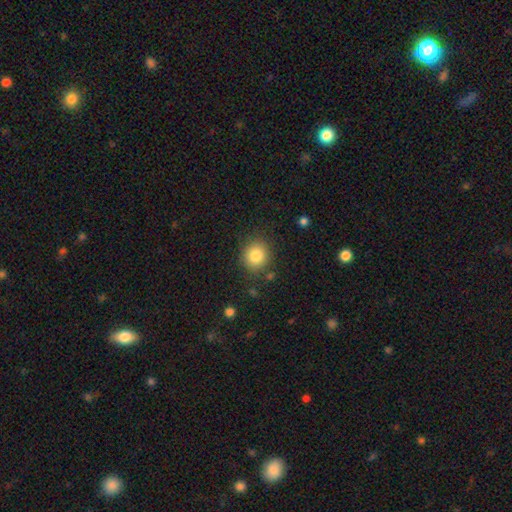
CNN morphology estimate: smooth_or_featured: smooth (p=0.82) [alt: star or artifact p=0.10]
how_rounded: round (p=0.83) [alt: in between p=0.16]
merging: none (p=0.85) [alt: minor disturbance p=0.09]